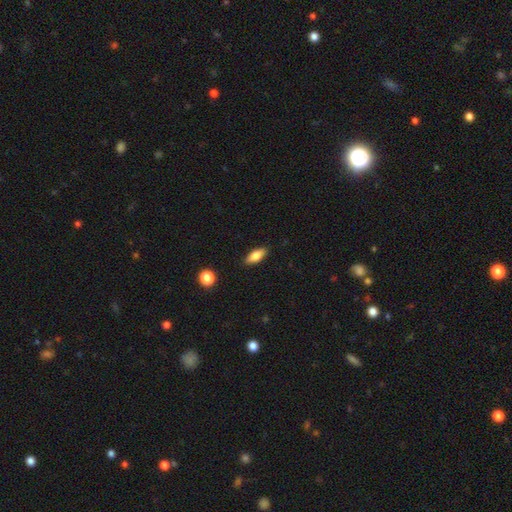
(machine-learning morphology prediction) The model was most divided on "how rounded": in between: 78%, cigar-shaped: 19%, round: 3%. More confident: merging — none (88%); smooth or featured — smooth (78%).